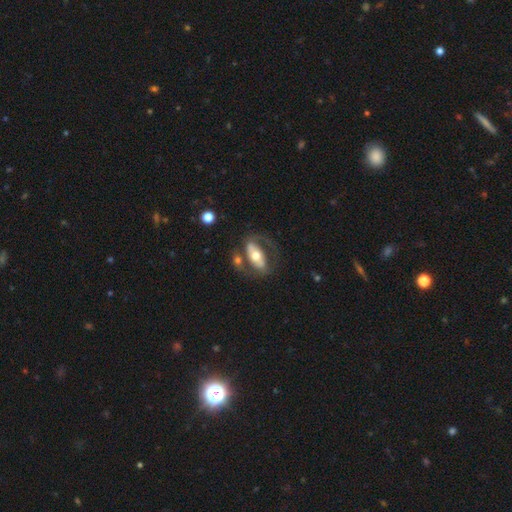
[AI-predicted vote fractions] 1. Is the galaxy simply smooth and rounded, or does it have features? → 62% featured or disk, 32% smooth, 5% star or artifact.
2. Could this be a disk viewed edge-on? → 84% no, 16% yes.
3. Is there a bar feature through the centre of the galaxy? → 41% no, 40% strong, 20% weak.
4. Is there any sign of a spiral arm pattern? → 51% no, 49% yes.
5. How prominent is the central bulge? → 69% moderate, 15% small, 13% large, 2% dominant, 1% none.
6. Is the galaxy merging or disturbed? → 51% none, 20% major disturbance, 17% minor disturbance, 12% merger.